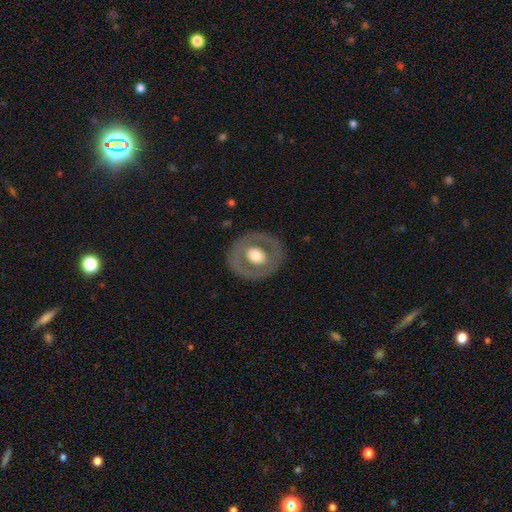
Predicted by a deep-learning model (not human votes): This is possibly a featured or disk galaxy (51%). It is clearly not viewed edge-on (94%). Merging: clearly none (83%).